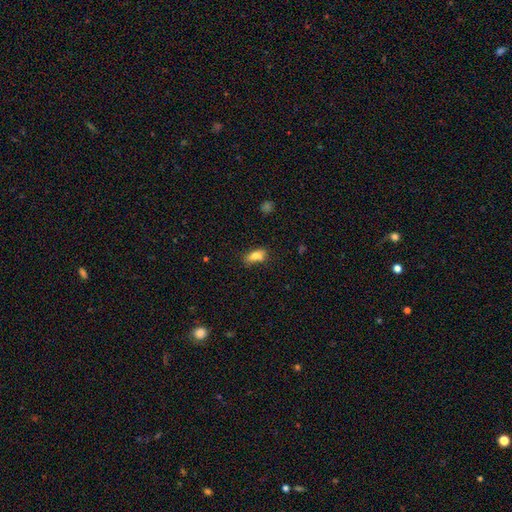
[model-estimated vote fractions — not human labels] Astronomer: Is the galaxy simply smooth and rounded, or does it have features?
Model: smooth — 79%.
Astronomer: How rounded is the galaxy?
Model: in between — 82%.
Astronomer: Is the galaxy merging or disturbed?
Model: none — 63%.